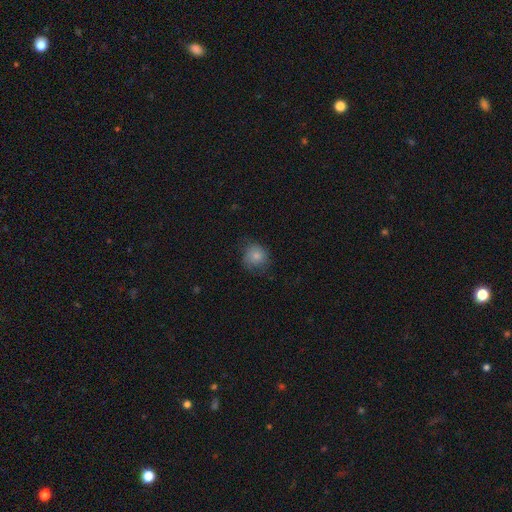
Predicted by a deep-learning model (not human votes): Smooth or featured: smooth — 82% (featured or disk — 10%)
How rounded: round — 83% (in between — 16%)
Merging: none — 66% (minor disturbance — 25%)